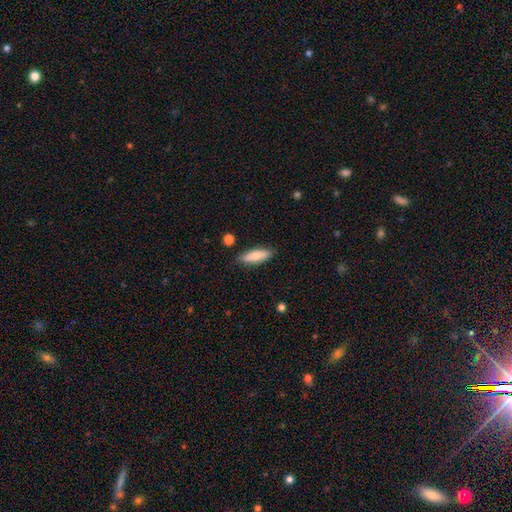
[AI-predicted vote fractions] The model was most divided on "how rounded" (2-way tie): in between: 49%, cigar-shaped: 49%, round: 2%. More confident: merging — none (85%); smooth or featured — smooth (75%).